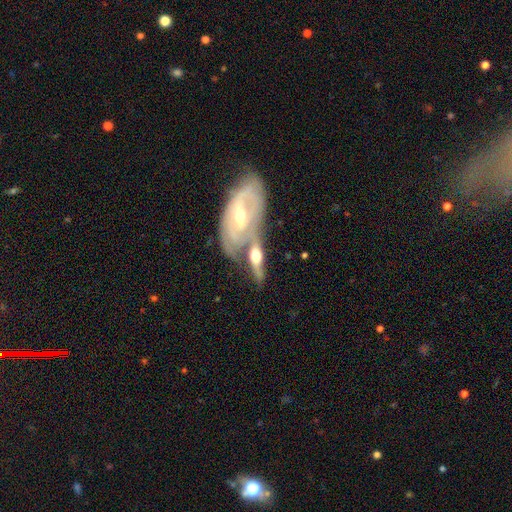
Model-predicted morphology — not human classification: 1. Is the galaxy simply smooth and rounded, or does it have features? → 68% featured or disk, 27% smooth, 5% star or artifact.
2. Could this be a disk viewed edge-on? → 60% no, 40% yes.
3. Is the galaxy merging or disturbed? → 60% merger, 23% none, 11% minor disturbance, 7% major disturbance.